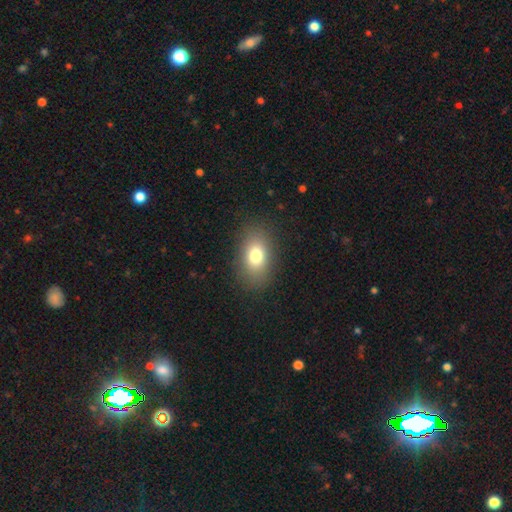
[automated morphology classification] Overall: smooth (77%). How rounded: in between (83%). Merging: none (86%).